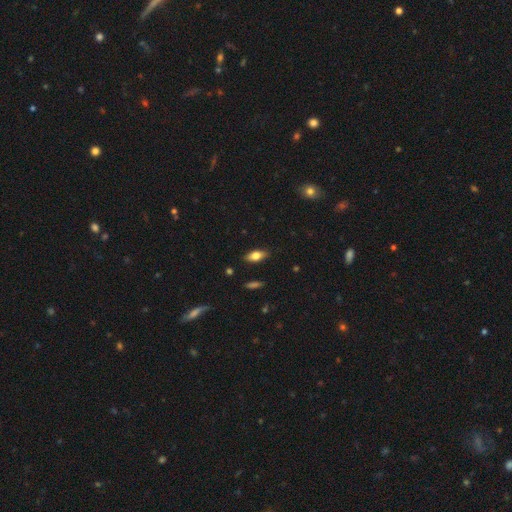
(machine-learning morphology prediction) smooth_or_featured: smooth (p=0.70) [alt: featured or disk p=0.23]
how_rounded: in between (p=0.82) [alt: cigar-shaped p=0.15]
merging: none (p=0.87) [alt: minor disturbance p=0.10]